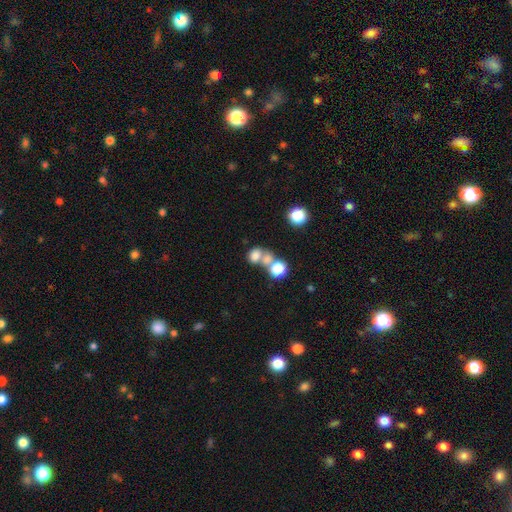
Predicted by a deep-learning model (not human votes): Smooth or featured?
  - smooth: 72% *
  - featured or disk: 14%
  - star or artifact: 14%
How rounded?
  - round: 51% *
  - in between: 48%
  - cigar-shaped: 1%
Merging?
  - merger: 56% *
  - none: 29%
  - minor disturbance: 8%
  - major disturbance: 7%